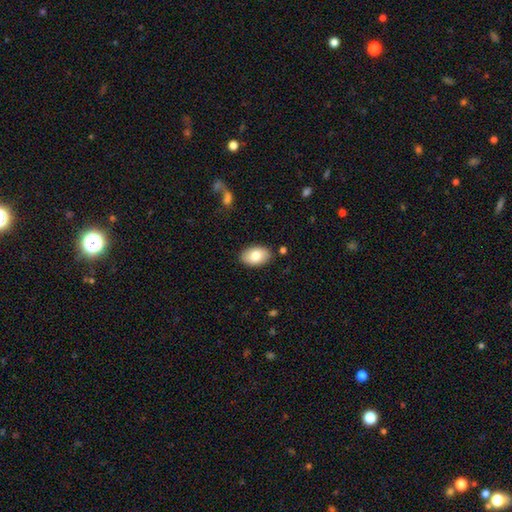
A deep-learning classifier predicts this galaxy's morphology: Smooth or featured? smooth (81%)
How rounded? in between (92%)
Merging? none (88%)